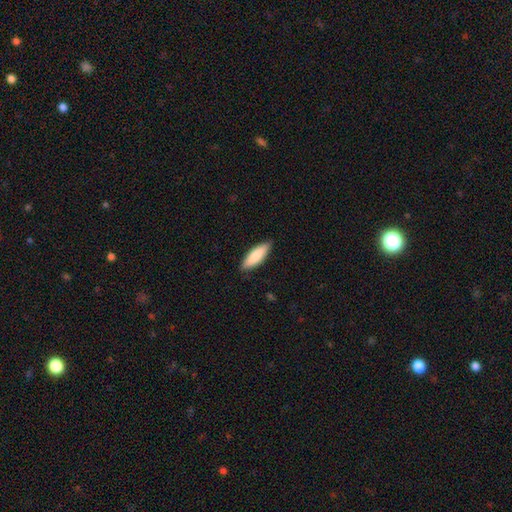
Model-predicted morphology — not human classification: smooth_or_featured: smooth (p=0.83) [alt: featured or disk p=0.12]
how_rounded: in between (p=0.50) [alt: cigar-shaped p=0.48]
merging: none (p=0.86) [alt: minor disturbance p=0.11]